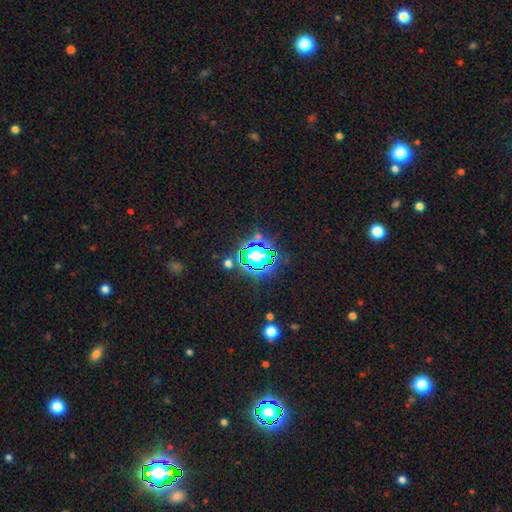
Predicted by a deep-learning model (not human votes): Q: Smooth or featured?
A: star or artifact (58%); runner-up: smooth (28%)